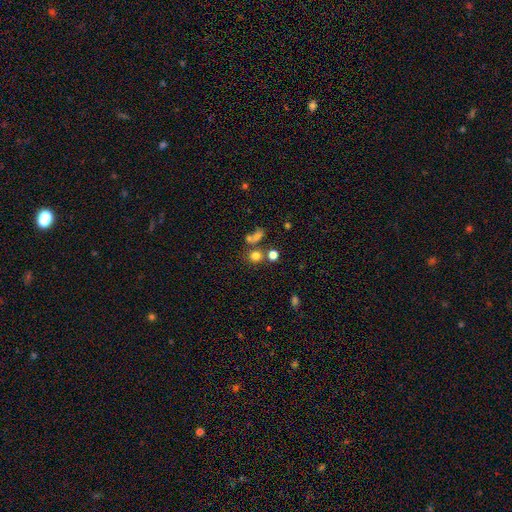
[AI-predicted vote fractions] smooth_or_featured: smooth (p=0.73) [alt: star or artifact p=0.18]
how_rounded: round (p=0.81) [alt: in between p=0.18]
merging: none (p=0.58) [alt: merger p=0.26]